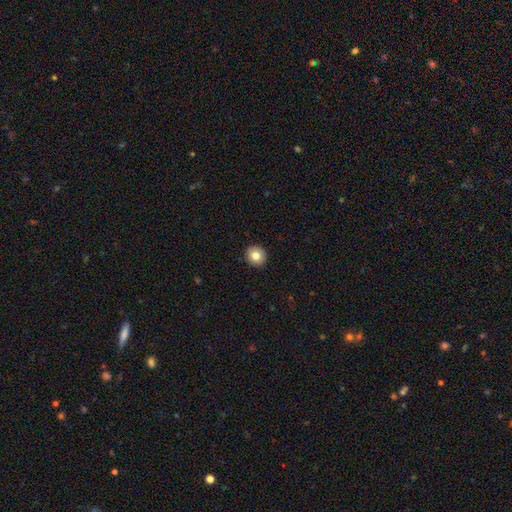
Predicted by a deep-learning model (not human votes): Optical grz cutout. It shows a smooth galaxy with no disk features (81%) that is round (92%). Merging: none (93%).